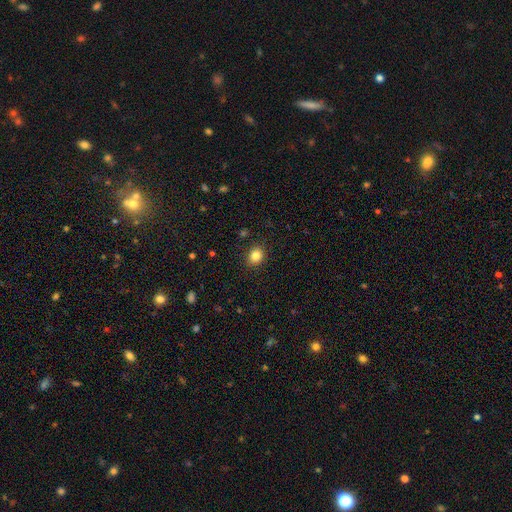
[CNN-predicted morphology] The model was most divided on "how rounded": round: 64%, in between: 35%, cigar-shaped: 1%. More confident: merging — none (89%); smooth or featured — smooth (84%).